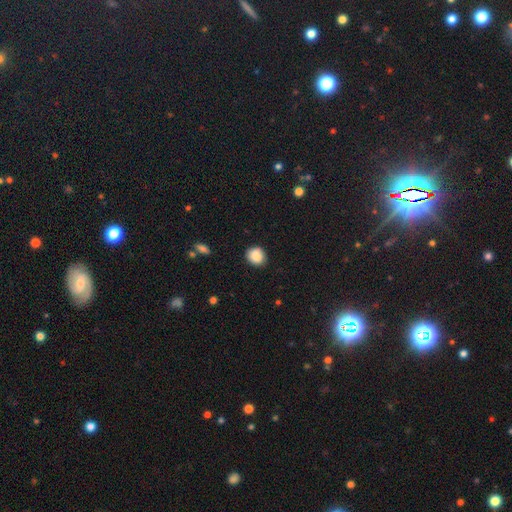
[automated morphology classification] Smooth or featured: smooth — 88% (star or artifact — 8%)
How rounded: round — 79% (in between — 20%)
Merging: none — 84% (minor disturbance — 12%)